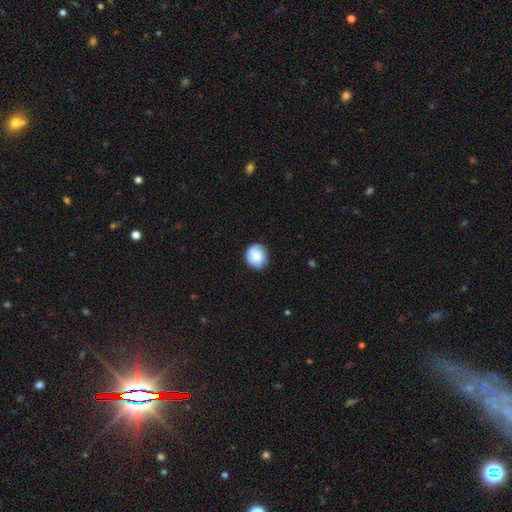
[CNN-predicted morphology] The model was most divided on "merging": none: 73%, minor disturbance: 22%, major disturbance: 4%, merger: 1%. More confident: how rounded — round (79%); smooth or featured — smooth (77%).